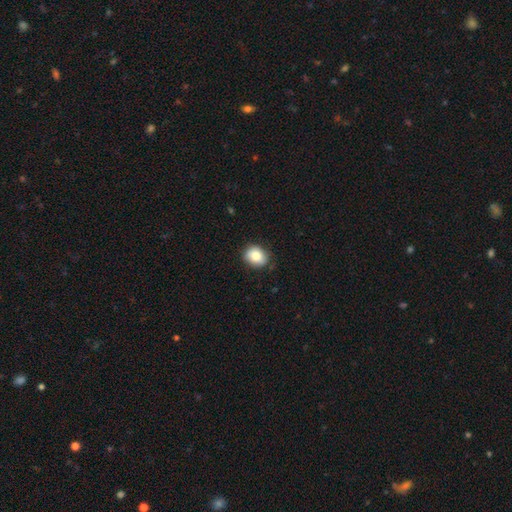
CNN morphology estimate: smooth_or_featured: smooth (p=0.82) [alt: featured or disk p=0.10]
how_rounded: round (p=0.56) [alt: in between p=0.43]
merging: none (p=0.80) [alt: minor disturbance p=0.16]